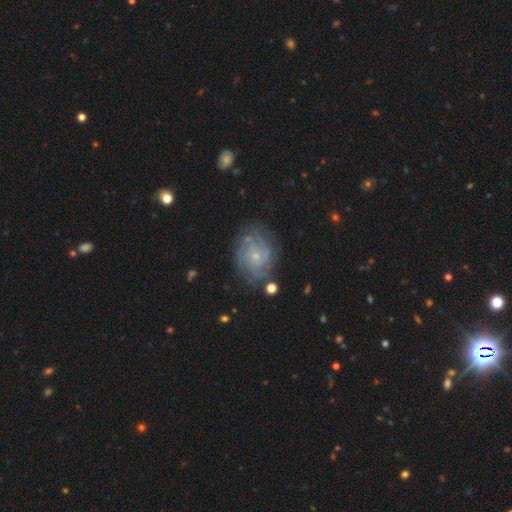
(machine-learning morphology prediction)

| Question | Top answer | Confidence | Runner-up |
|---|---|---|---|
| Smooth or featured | featured or disk | 74% | smooth (17%) |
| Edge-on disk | no | 97% | yes (3%) |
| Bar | no | 79% | weak (18%) |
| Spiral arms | yes | 90% | no (10%) |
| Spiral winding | tight | 62% | medium (29%) |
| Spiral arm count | can't tell | 42% | 2 (16%) |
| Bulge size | small | 79% | moderate (16%) |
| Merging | none | 73% | minor disturbance (17%) |